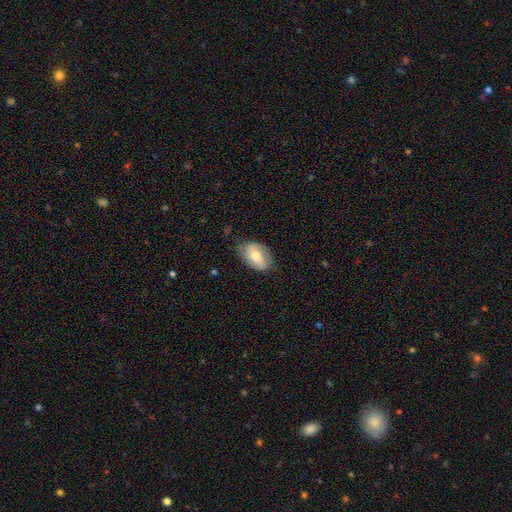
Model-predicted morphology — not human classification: smooth 59%, featured or disk 34%, star or artifact 7%. Down the decision tree: how rounded — in between (88%); merging — none (67%).